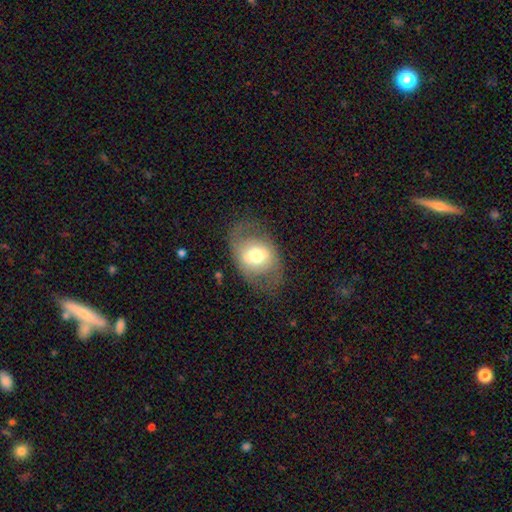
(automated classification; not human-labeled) Q: Smooth or featured?
A: featured or disk (47%); runner-up: smooth (45%)
Q: Merging?
A: none (69%); runner-up: minor disturbance (17%)